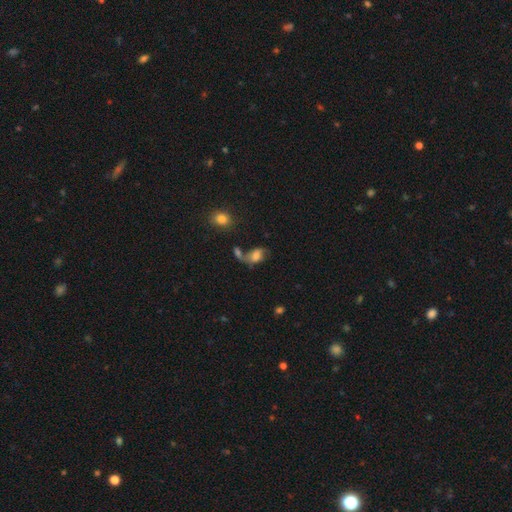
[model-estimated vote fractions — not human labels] This appears to be a smooth galaxy with no disk features (47%). Merging: none (30%, tied with merger).